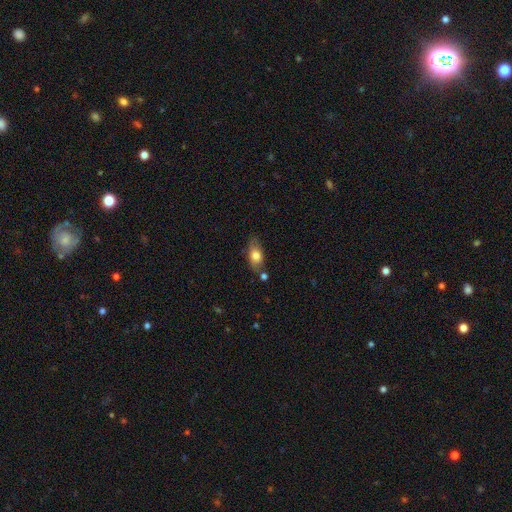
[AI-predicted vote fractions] The model was most divided on "merging": none: 66%, minor disturbance: 21%, merger: 9%, major disturbance: 5%. More confident: how rounded — in between (83%); smooth or featured — smooth (74%).